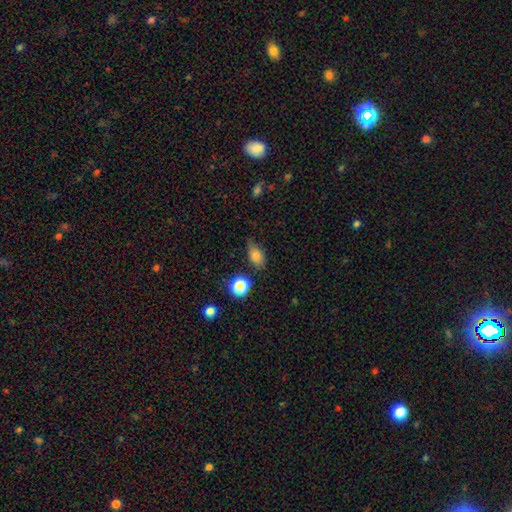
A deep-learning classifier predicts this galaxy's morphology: The model was most divided on "merging": none: 65%, minor disturbance: 26%, major disturbance: 6%, merger: 3%. More confident: how rounded — in between (80%); smooth or featured — smooth (79%).